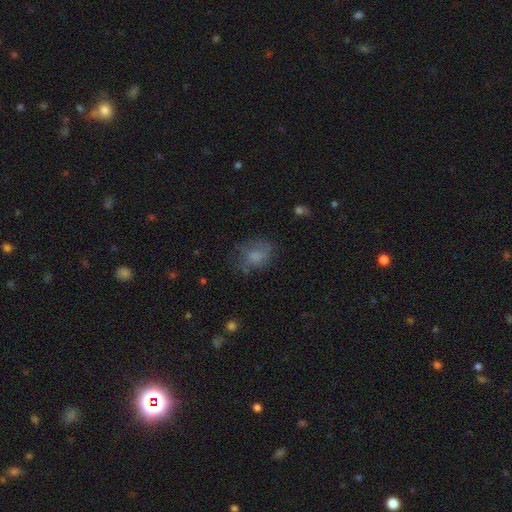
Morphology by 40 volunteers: smooth-or-featured: smooth: 80% | featured or disk: 18% | star or artifact: 2%
  how-rounded: in between: 66% | round: 31% | cigar-shaped: 3%
  merging: none: 67% | minor disturbance: 15% | major disturbance: 15% | merger: 3%